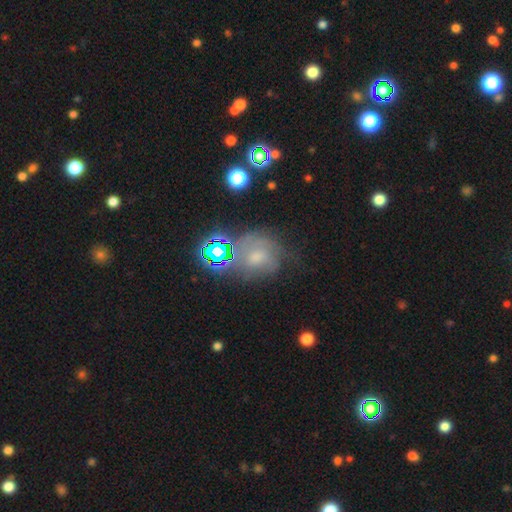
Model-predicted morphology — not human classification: Smooth or featured: smooth — 37% (featured or disk — 35%)
Merging: none — 48% (minor disturbance — 25%)